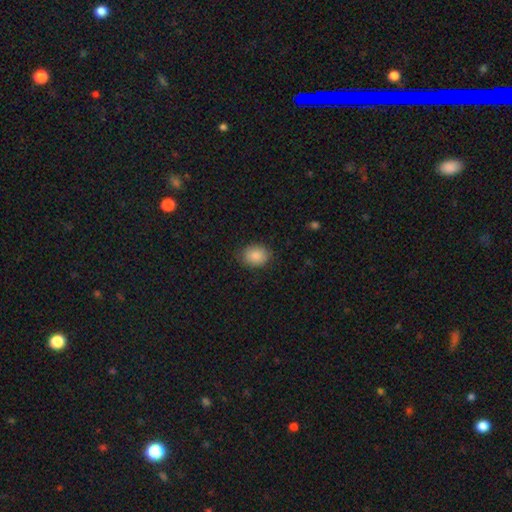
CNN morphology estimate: smooth-or-featured: smooth: 87% | star or artifact: 8% | featured or disk: 5%
  how-rounded: in between: 55% | round: 44% | cigar-shaped: 1%
  merging: none: 84% | minor disturbance: 12% | major disturbance: 3% | merger: 1%